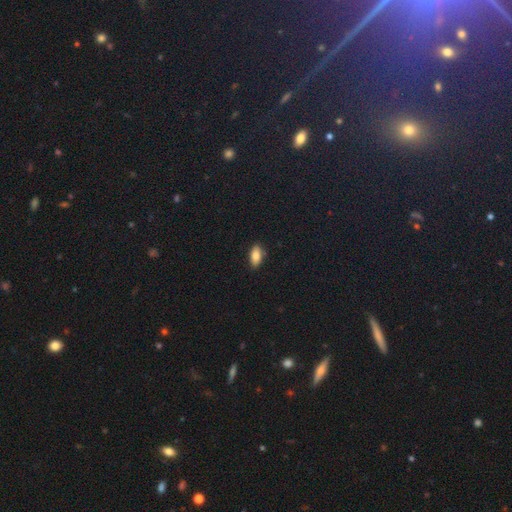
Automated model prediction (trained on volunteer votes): The model was most divided on "smooth or featured": smooth: 83%, featured or disk: 10%, star or artifact: 7%. More confident: how rounded — in between (90%); merging — none (86%).